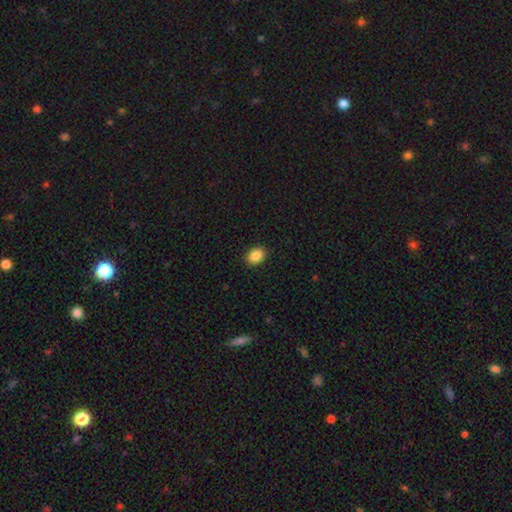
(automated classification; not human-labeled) Smooth or featured?
  - smooth: 88% *
  - star or artifact: 8%
  - featured or disk: 3%
How rounded?
  - in between: 69% *
  - round: 30%
  - cigar-shaped: 1%
Merging?
  - none: 90% *
  - minor disturbance: 7%
  - major disturbance: 2%
  - merger: 1%